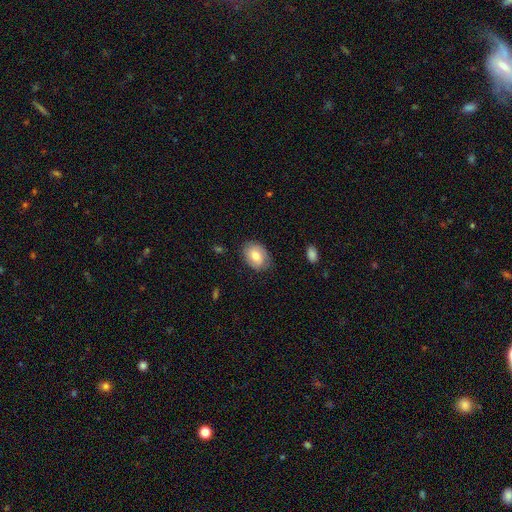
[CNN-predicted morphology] Smooth or featured? smooth (74%)
How rounded? in between (76%)
Merging? none (80%)